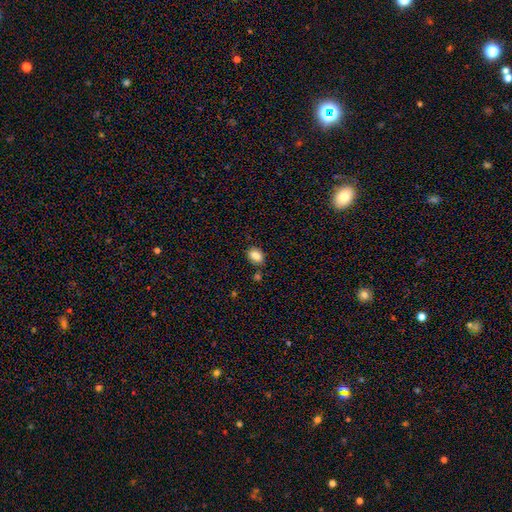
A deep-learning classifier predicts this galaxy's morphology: Smooth or featured? smooth (85%)
How rounded? in between (71%)
Merging? none (75%)